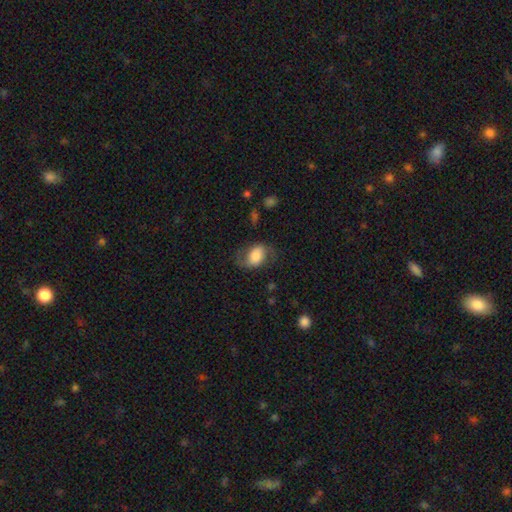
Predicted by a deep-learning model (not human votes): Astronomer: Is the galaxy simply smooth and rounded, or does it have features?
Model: smooth — 52% (runner-up: featured or disk, 40%).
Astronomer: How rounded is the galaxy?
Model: in between — 79%.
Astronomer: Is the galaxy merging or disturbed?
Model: none — 60%.